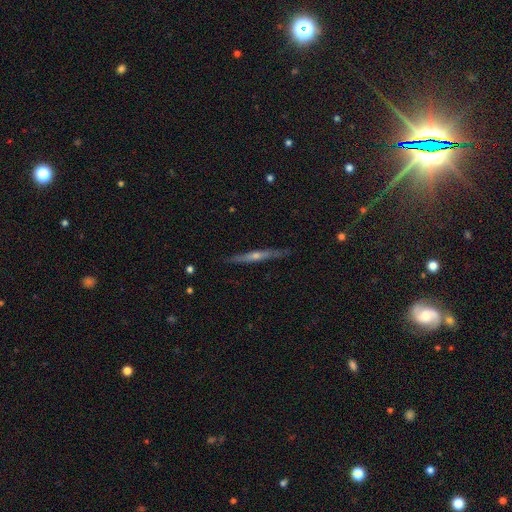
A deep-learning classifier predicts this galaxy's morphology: Smooth or featured? featured or disk (69%)
Edge-on disk? yes (96%)
Edge-on bulge? rounded (71%)
Merging? none (87%)